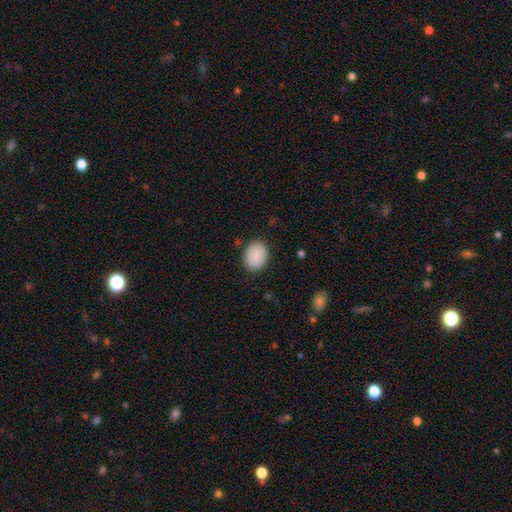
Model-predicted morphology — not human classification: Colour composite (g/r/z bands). It shows a smooth galaxy with no disk features (90%) that is in between round and cigar-shaped (65%). Merging: none (87%).